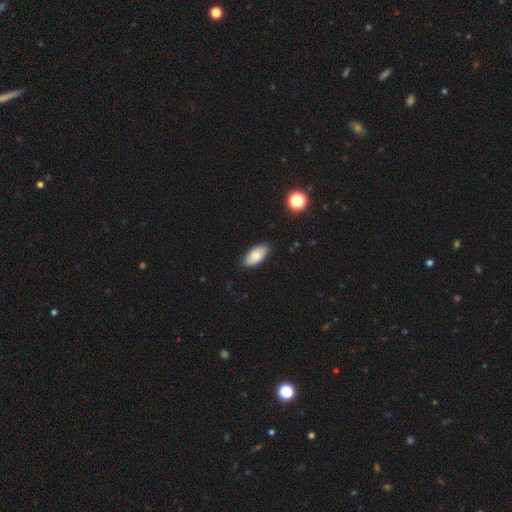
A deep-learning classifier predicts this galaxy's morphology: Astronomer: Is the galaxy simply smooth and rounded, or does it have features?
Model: smooth — 82%.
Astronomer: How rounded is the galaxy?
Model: in between — 93%.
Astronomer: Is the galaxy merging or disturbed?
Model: none — 83%.